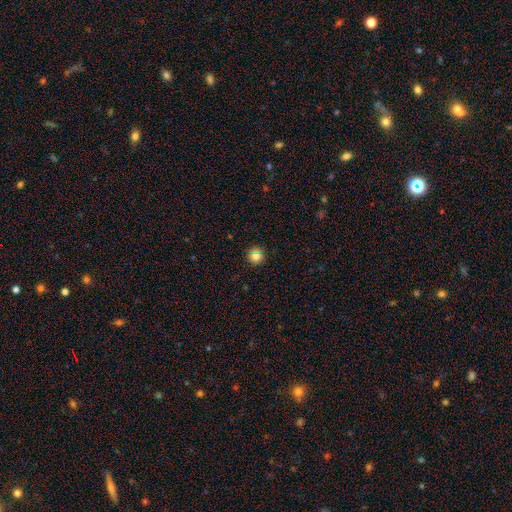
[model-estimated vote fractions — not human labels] The model was most divided on "smooth or featured": smooth: 75%, star or artifact: 17%, featured or disk: 8%. More confident: how rounded — round (93%); merging — none (89%).